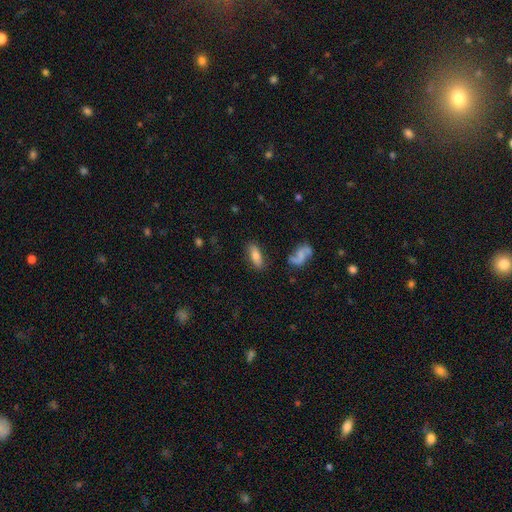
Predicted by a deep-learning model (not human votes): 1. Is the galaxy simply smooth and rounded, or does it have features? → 70% smooth, 22% featured or disk, 8% star or artifact.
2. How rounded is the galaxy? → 74% in between, 22% cigar-shaped, 3% round.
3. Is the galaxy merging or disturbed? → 79% none, 13% minor disturbance, 4% major disturbance, 4% merger.